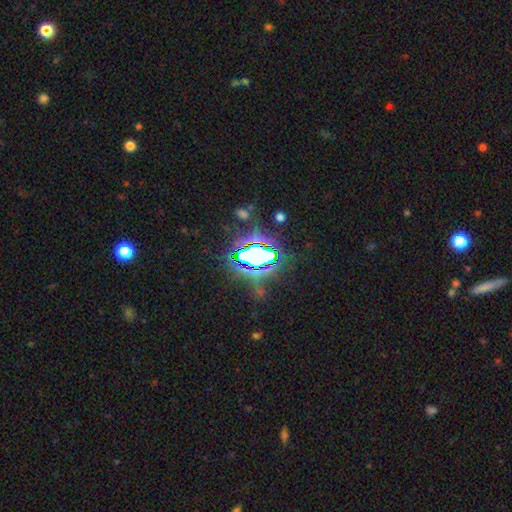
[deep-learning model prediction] smooth_or_featured: star or artifact (p=0.71) [alt: smooth p=0.17]